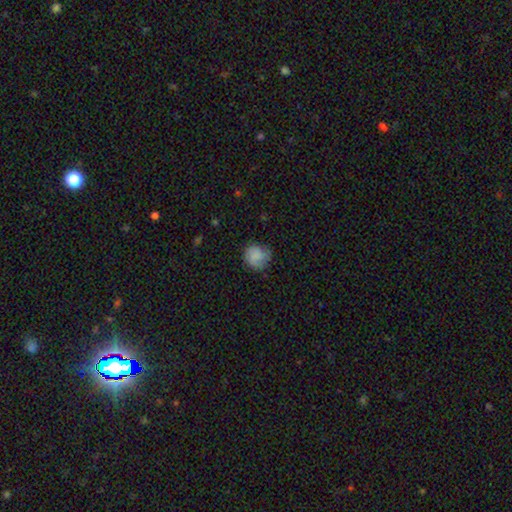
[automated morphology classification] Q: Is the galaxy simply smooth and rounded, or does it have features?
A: smooth — 75%.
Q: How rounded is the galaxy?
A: round — 86%.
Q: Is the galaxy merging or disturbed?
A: none — 74%.